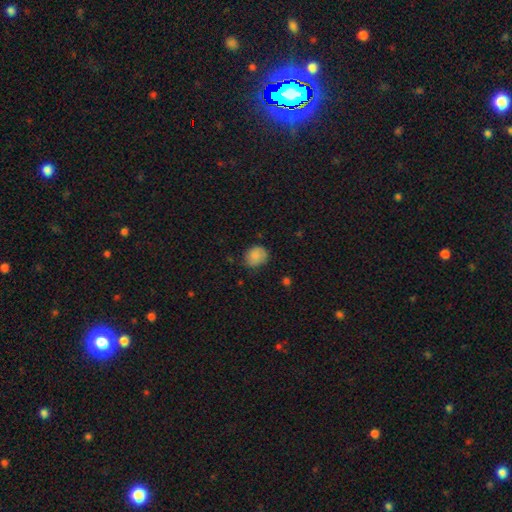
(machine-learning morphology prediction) Overall: smooth (84%). How rounded: round (65%; in between 34%). Merging: none (71%).